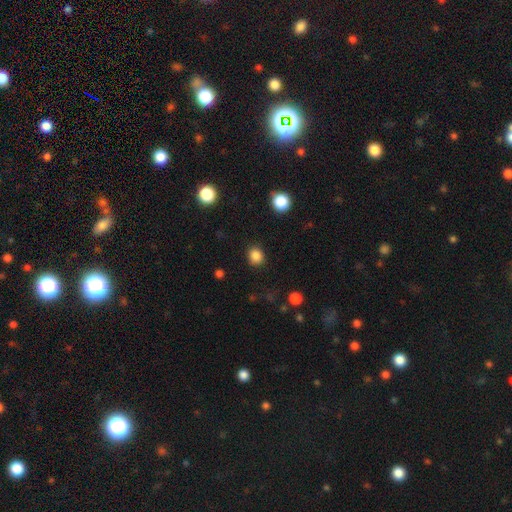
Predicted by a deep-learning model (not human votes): Overall: smooth (85%). How rounded: round (76%). Merging: none (88%).